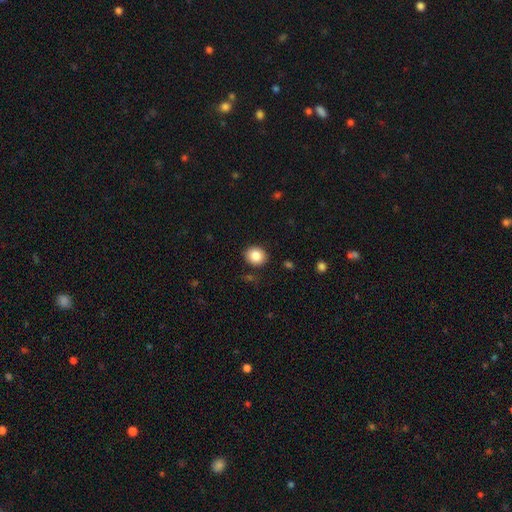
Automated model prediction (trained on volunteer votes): Smooth or featured?
  - smooth: 85% *
  - star or artifact: 9%
  - featured or disk: 6%
How rounded?
  - round: 73% *
  - in between: 27%
  - cigar-shaped: 1%
Merging?
  - none: 88% *
  - minor disturbance: 8%
  - major disturbance: 2%
  - merger: 2%